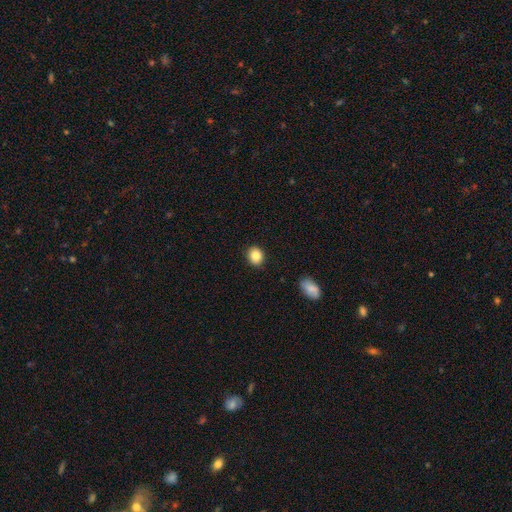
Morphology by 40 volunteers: Q: Smooth or featured?
A: smooth (90%); runner-up: featured or disk (5%)
Q: How rounded?
A: in between (58%); runner-up: round (42%)
Q: Merging?
A: none (79%); runner-up: minor disturbance (16%)